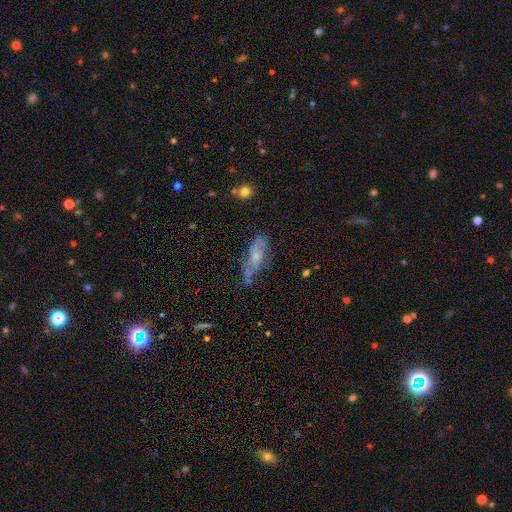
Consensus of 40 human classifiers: Morphology: type=smooth (50%); roundness=cigar-shaped (55%); merging=none (39%).